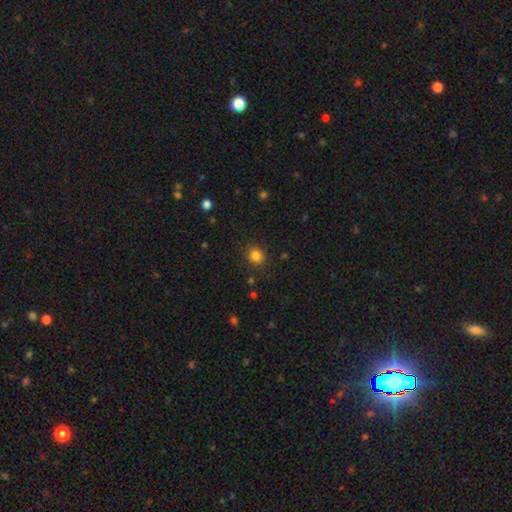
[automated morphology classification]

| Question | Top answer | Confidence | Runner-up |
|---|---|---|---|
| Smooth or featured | smooth | 84% | star or artifact (12%) |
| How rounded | round | 79% | in between (20%) |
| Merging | none | 87% | minor disturbance (9%) |